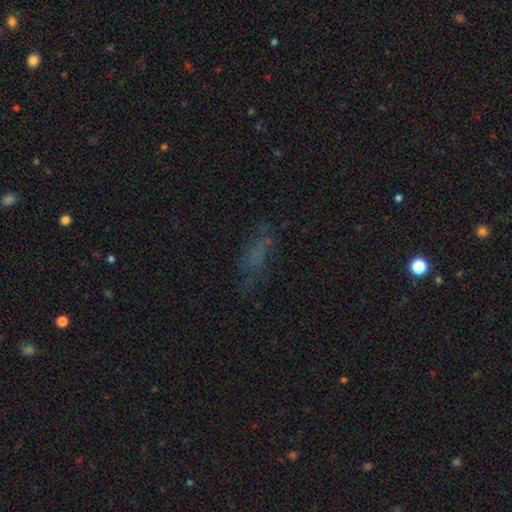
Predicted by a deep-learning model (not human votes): smooth 50%, featured or disk 25%, star or artifact 25%. Down the decision tree: merging — none (60%).